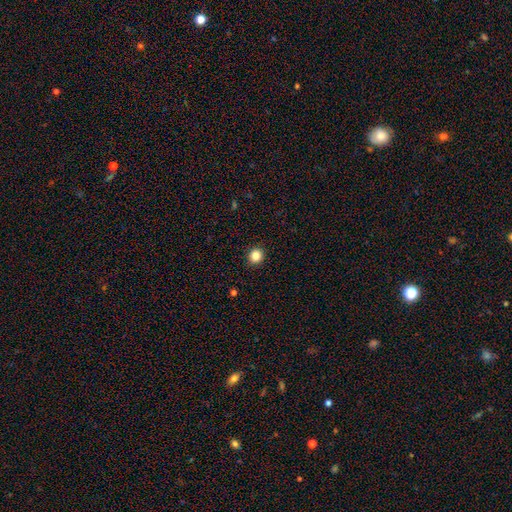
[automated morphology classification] smooth_or_featured: smooth (p=0.85) [alt: star or artifact p=0.11]
how_rounded: round (p=0.88) [alt: in between p=0.11]
merging: none (p=0.93) [alt: minor disturbance p=0.05]